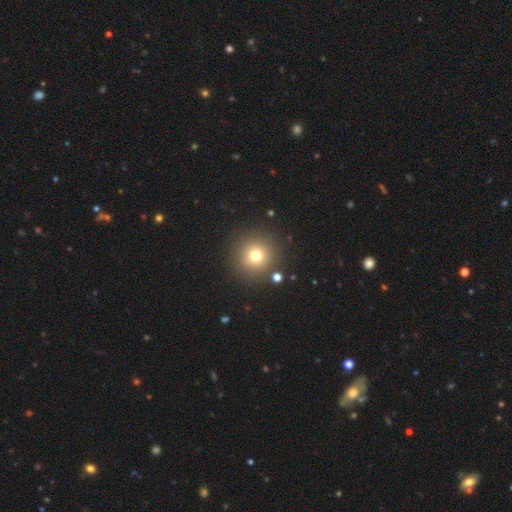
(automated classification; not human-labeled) Smooth or featured? smooth (73%)
How rounded? round (95%)
Merging? none (88%)